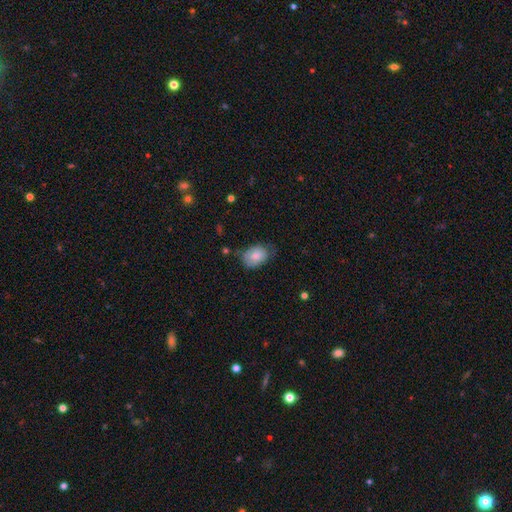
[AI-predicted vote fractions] Smooth or featured: smooth — 81% (featured or disk — 12%)
How rounded: in between — 81% (round — 18%)
Merging: none — 57% (minor disturbance — 32%)